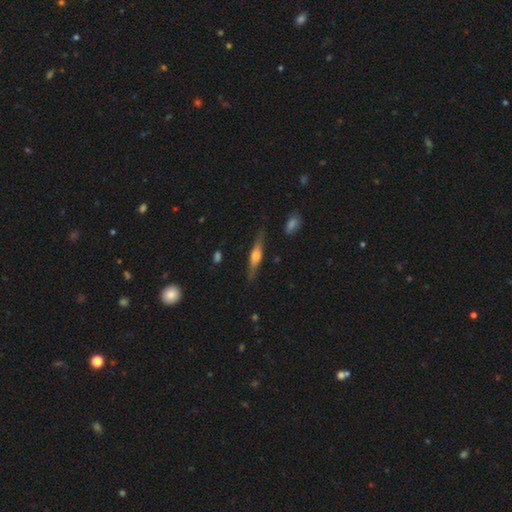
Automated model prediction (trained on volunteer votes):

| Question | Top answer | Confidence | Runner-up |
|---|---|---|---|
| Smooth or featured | featured or disk | 59% | smooth (34%) |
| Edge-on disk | yes | 95% | no (5%) |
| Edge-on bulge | rounded | 77% | boxy (19%) |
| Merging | none | 82% | minor disturbance (13%) |